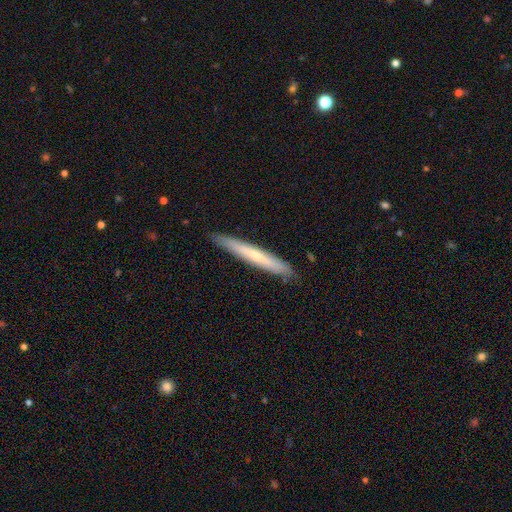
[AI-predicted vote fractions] Overall: smooth (54%; featured or disk 41%). How rounded: cigar-shaped (96%). Merging: none (89%).